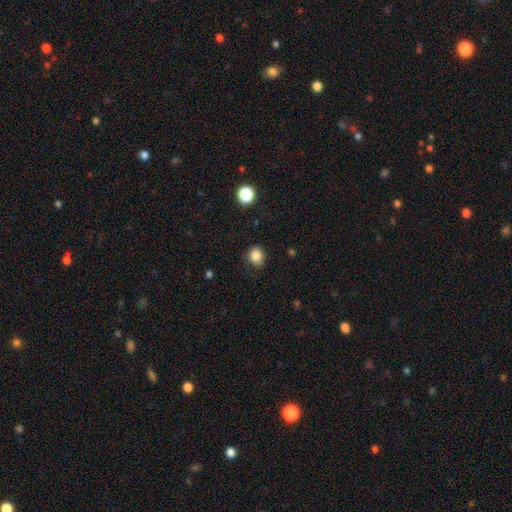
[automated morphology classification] This is clearly a smooth galaxy (85%). How rounded: likely round (74%). Merging: clearly none (80%).